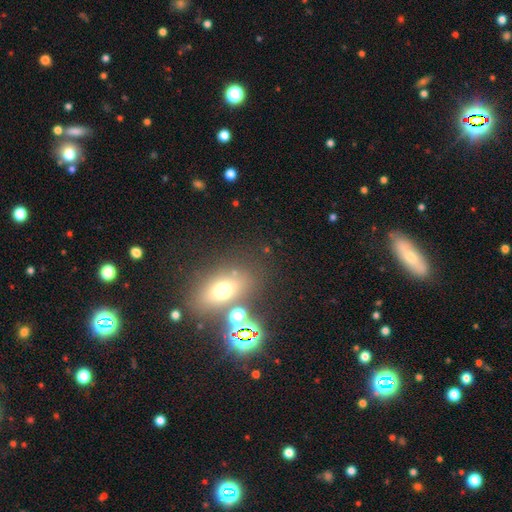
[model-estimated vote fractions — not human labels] Overall: smooth (49%; star or artifact 30%). Merging: none (68%).